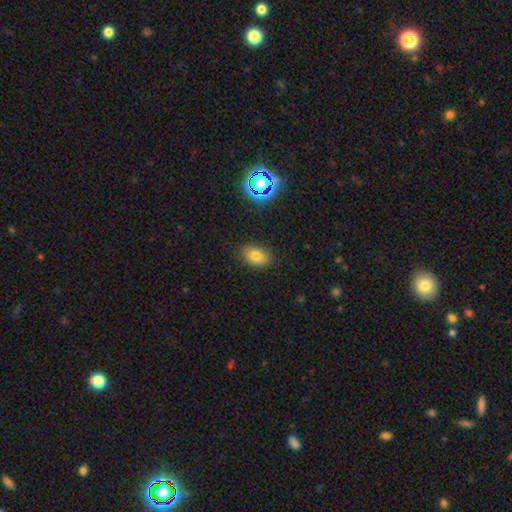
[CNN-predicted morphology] A smooth galaxy with no disk features (77%) that is in between round and cigar-shaped (81%). Merging: none (86%).